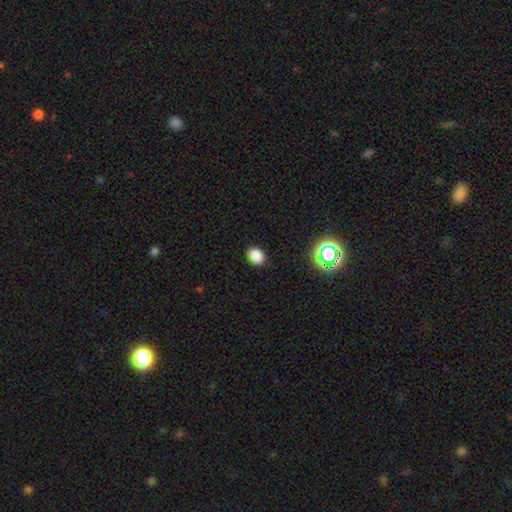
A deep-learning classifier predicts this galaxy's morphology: A smooth galaxy with no disk features (83%) that is in between round and cigar-shaped (59%).

Vote fractions:
- Smooth or featured? smooth: 83% / star or artifact: 14% / featured or disk: 4%
- How rounded? in between: 59% / round: 40% / cigar-shaped: 1%
- Merging? none: 88% / minor disturbance: 8% / major disturbance: 2% / merger: 1%